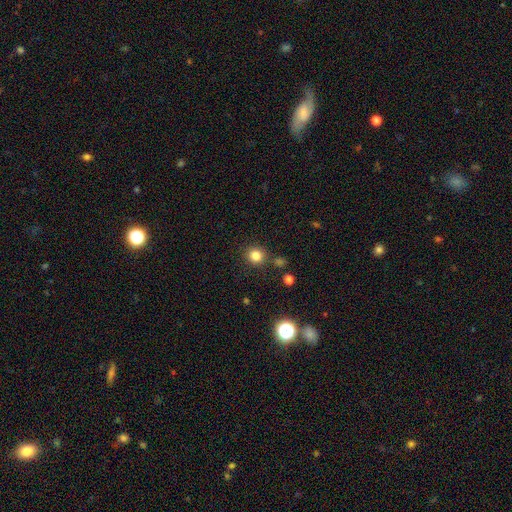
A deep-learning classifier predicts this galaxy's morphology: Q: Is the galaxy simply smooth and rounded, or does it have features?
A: smooth — 82%.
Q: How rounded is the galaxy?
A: round — 91%.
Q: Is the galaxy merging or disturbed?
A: none — 85%.